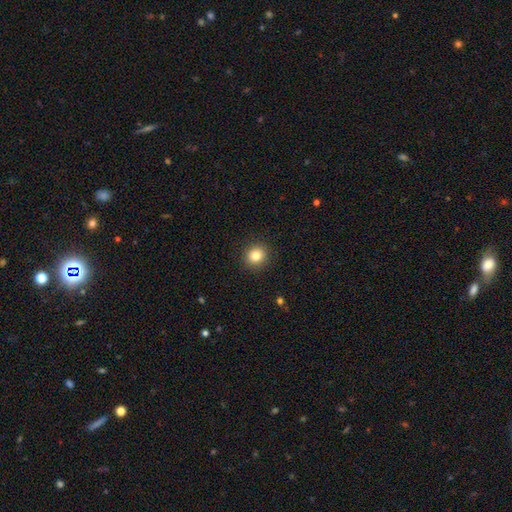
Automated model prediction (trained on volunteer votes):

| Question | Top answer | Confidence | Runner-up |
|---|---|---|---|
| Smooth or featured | smooth | 83% | star or artifact (11%) |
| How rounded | round | 88% | in between (11%) |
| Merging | none | 92% | minor disturbance (6%) |